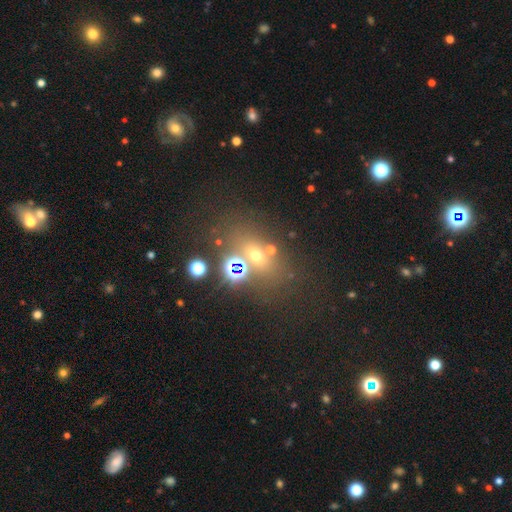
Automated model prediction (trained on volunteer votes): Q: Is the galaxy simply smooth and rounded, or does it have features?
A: smooth — 46%.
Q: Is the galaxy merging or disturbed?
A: none — 62%.